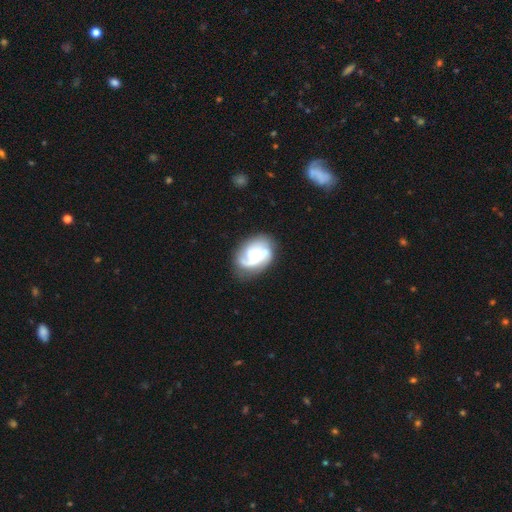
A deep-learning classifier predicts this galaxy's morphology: A featured or disk galaxy (77%) with no bar (65%), 3 (36%) medium (44%) spiral arms (92%) and a small central bulge (50%).

Vote fractions:
- Smooth or featured? featured or disk: 77% / smooth: 17% / star or artifact: 6%
- Edge-on disk? no: 98% / yes: 2%
- Bar? no: 65% / weak: 29% / strong: 6%
- Spiral arms? yes: 92% / no: 8%
- Spiral winding? medium: 44% / tight: 32% / loose: 24%
- Spiral arm count? 3: 36% / 2: 32% / can't tell: 16% / 1: 8% / 4: 4% / more than 4: 3%
- Bulge size? small: 50% / moderate: 40% / none: 5% / large: 4% / dominant: 1%
- Merging? none: 60% / minor disturbance: 20% / major disturbance: 13% / merger: 6%